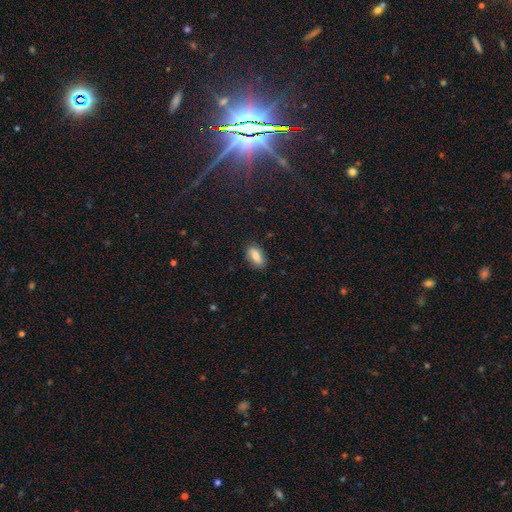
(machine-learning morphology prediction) Smooth or featured: smooth — 76% (featured or disk — 16%)
How rounded: in between — 85% (cigar-shaped — 10%)
Merging: none — 81% (minor disturbance — 15%)